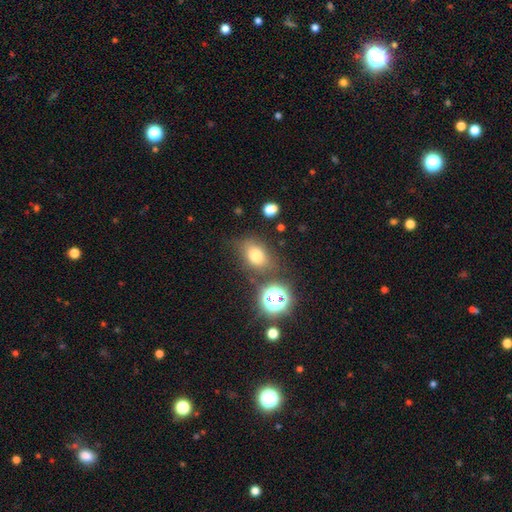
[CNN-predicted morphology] This is likely a smooth galaxy (72%). How rounded: likely in between (68%). Merging: likely none (71%).